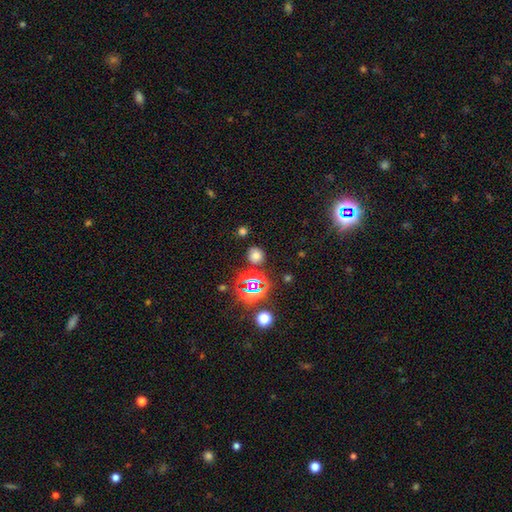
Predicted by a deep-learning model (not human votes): Morphology: type=smooth (63%); roundness=round (77%); merging=none (81%).